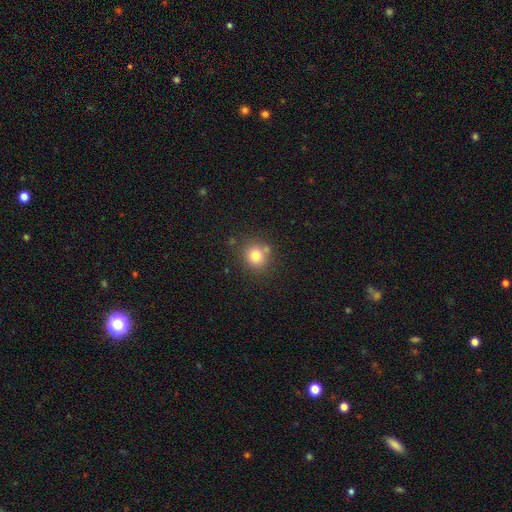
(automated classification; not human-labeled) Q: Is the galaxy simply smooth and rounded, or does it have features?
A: smooth — 78%.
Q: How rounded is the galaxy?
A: round — 87%.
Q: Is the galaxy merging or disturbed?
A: none — 73%.